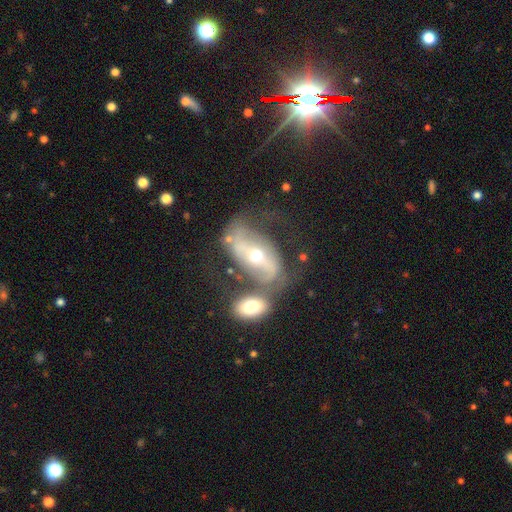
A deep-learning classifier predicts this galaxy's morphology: Smooth or featured? featured or disk (76%)
Edge-on disk? no (93%)
Bar? strong (45%)
Spiral arms? yes (77%)
Spiral winding? loose (48%)
Spiral arm count? 2 (84%)
Bulge size? moderate (66%)
Merging? none (37%)